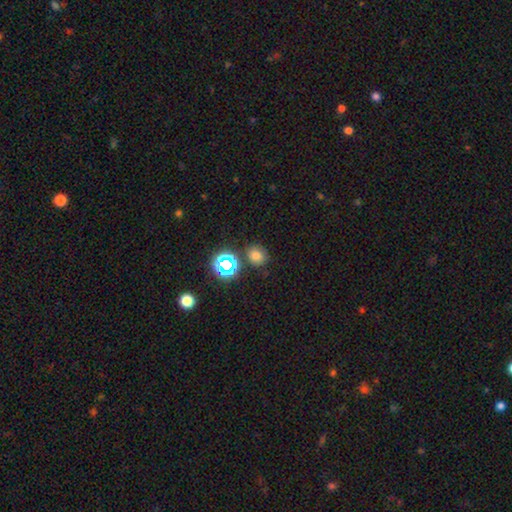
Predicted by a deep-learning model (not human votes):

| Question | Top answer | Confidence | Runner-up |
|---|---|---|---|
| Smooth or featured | smooth | 70% | star or artifact (23%) |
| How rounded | round | 70% | in between (29%) |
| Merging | none | 78% | minor disturbance (12%) |